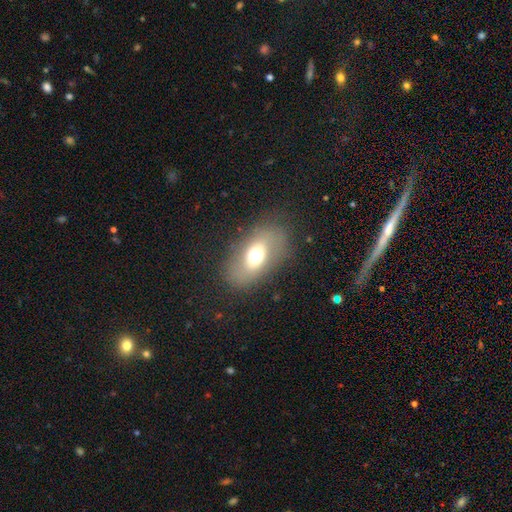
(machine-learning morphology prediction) A smooth galaxy with no disk features (60%) that is in between round and cigar-shaped (84%).

Vote fractions:
- Smooth or featured? smooth: 60% / featured or disk: 28% / star or artifact: 12%
- How rounded? in between: 84% / round: 13% / cigar-shaped: 3%
- Merging? none: 77% / minor disturbance: 14% / major disturbance: 8% / merger: 1%